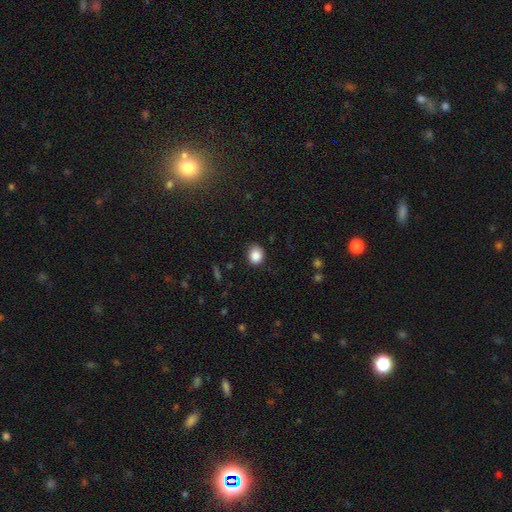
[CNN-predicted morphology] Smooth or featured? Predicted: smooth (p=0.87). How rounded? Predicted: round (p=0.66). Merging? Predicted: none (p=0.79).